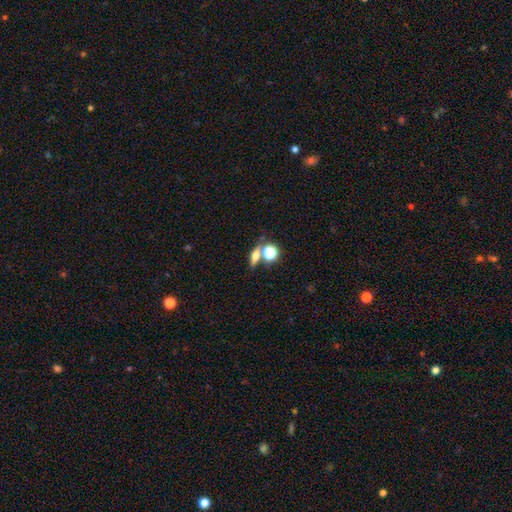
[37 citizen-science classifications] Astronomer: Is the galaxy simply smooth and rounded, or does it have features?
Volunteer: smooth — 51% (runner-up: featured or disk, 41%).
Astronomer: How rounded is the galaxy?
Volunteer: cigar-shaped — 63%.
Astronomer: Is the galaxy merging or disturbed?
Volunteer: none — 79%.